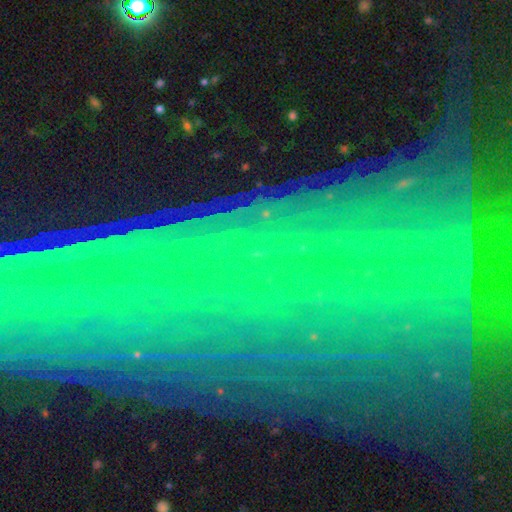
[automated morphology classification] This is likely a star or artifact rather than a galaxy (72%).